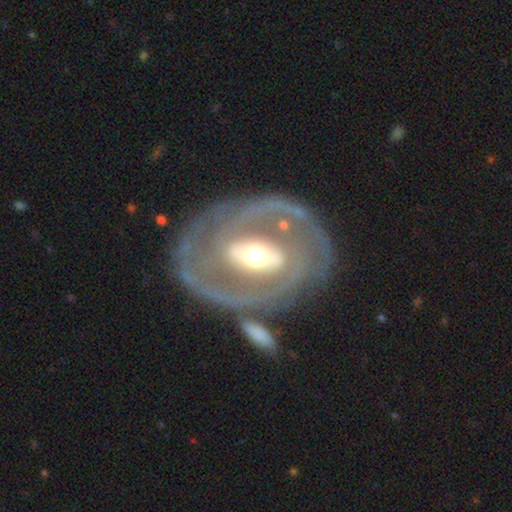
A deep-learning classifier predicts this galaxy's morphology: This is clearly a featured or disk galaxy (86%). It is clearly not viewed edge-on (96%). Bar: marginally strong (40%). Spiral arm pattern: clearly yes (86%). Spiral arm count: likely 2 (69%). Spiral winding: possibly tight (60%). Central bulge: possibly moderate (57%). Merging: likely none (72%).